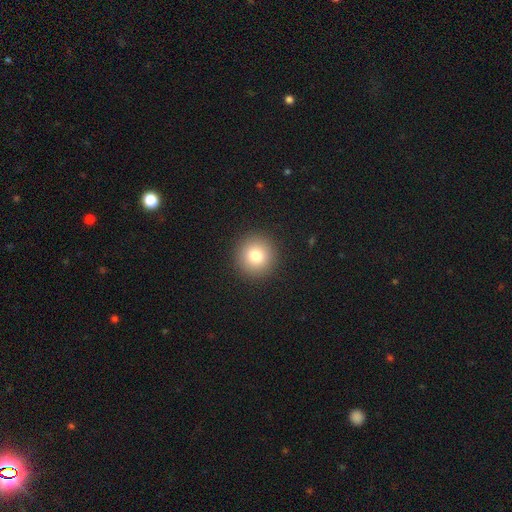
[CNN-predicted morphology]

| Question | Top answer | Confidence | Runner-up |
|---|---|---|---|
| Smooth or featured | smooth | 80% | star or artifact (11%) |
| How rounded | round | 94% | in between (5%) |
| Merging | none | 92% | minor disturbance (5%) |